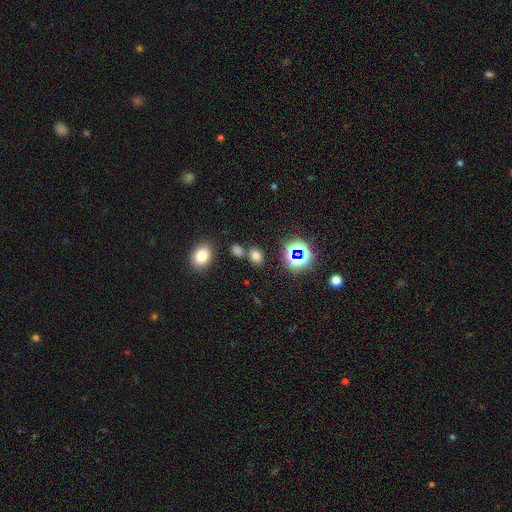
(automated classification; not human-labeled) Smooth or featured?
  - smooth: 67% *
  - star or artifact: 26%
  - featured or disk: 7%
How rounded?
  - in between: 60% *
  - round: 39%
  - cigar-shaped: 2%
Merging?
  - none: 73% *
  - merger: 14%
  - minor disturbance: 9%
  - major disturbance: 4%